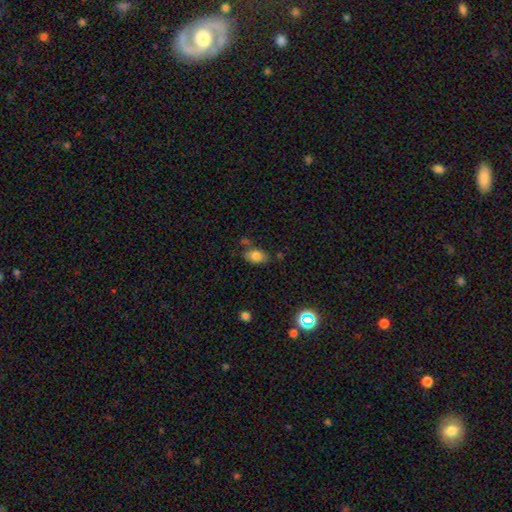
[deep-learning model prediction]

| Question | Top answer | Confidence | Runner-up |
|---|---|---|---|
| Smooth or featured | smooth | 81% | star or artifact (10%) |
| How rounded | in between | 85% | round (13%) |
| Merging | none | 65% | minor disturbance (20%) |